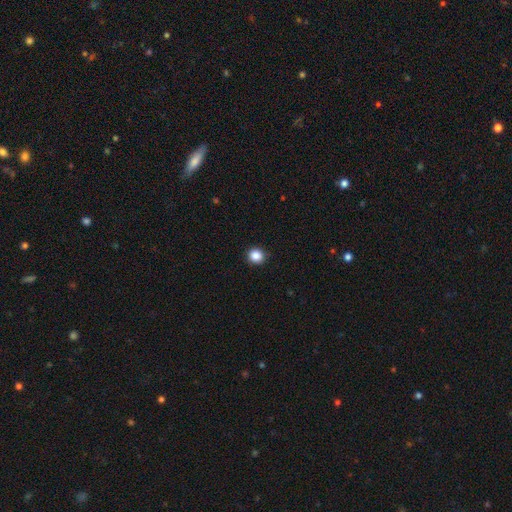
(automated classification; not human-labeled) Smooth or featured: smooth — 87% (star or artifact — 10%)
How rounded: round — 88% (in between — 11%)
Merging: none — 91% (minor disturbance — 6%)